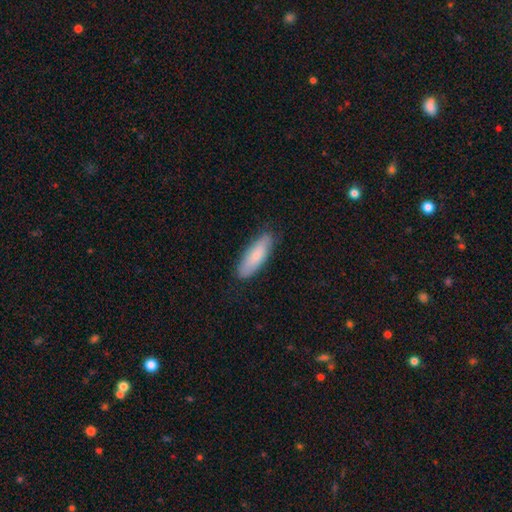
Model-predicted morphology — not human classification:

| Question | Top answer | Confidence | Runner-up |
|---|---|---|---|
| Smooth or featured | smooth | 79% | featured or disk (15%) |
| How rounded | cigar-shaped | 50% | in between (48%) |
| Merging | none | 83% | minor disturbance (13%) |